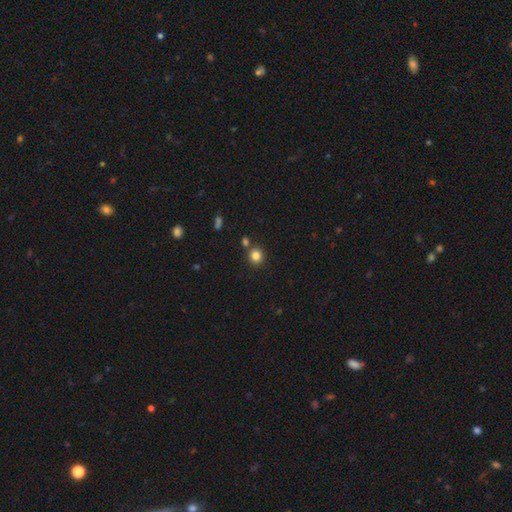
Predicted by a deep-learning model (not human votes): smooth_or_featured: smooth (p=0.82) [alt: star or artifact p=0.13]
how_rounded: round (p=0.89) [alt: in between p=0.10]
merging: none (p=0.78) [alt: merger p=0.12]